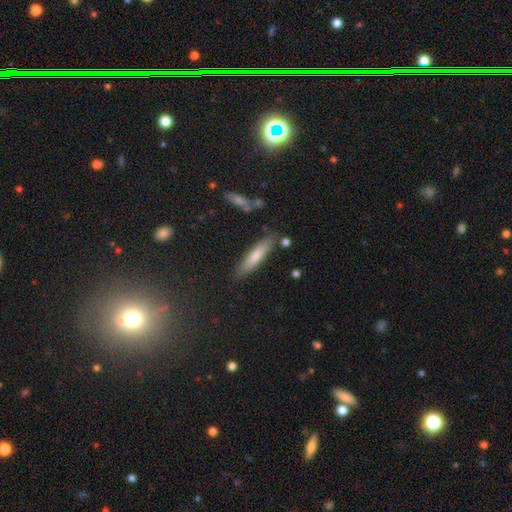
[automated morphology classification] Smooth or featured?
  - smooth: 66% *
  - featured or disk: 26%
  - star or artifact: 8%
How rounded?
  - cigar-shaped: 84% *
  - in between: 15%
  - round: 1%
Merging?
  - none: 82% *
  - minor disturbance: 12%
  - merger: 3%
  - major disturbance: 2%